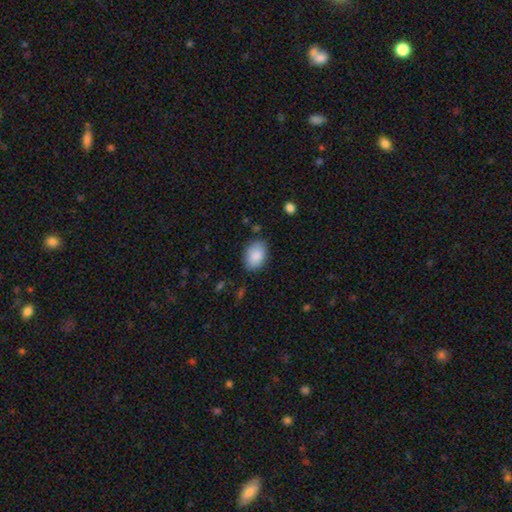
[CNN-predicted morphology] This appears to be a smooth galaxy with no disk features (89%) that is in between round and cigar-shaped (83%). Merging: none (82%).